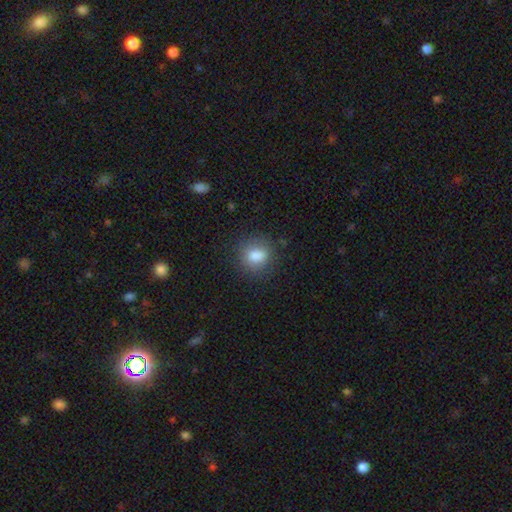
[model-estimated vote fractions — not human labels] A smooth galaxy with no disk features (83%) that is round (69%).

Vote fractions:
- Smooth or featured? smooth: 83% / star or artifact: 10% / featured or disk: 7%
- How rounded? round: 69% / in between: 30% / cigar-shaped: 1%
- Merging? none: 83% / minor disturbance: 12% / major disturbance: 4% / merger: 1%